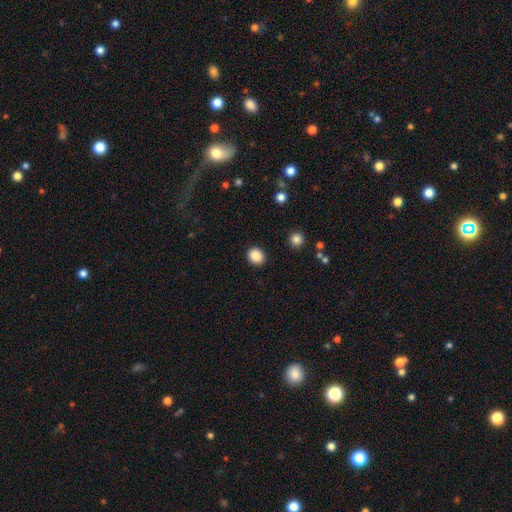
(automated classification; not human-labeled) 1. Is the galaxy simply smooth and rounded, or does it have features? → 87% smooth, 9% star or artifact, 3% featured or disk.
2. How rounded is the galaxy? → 74% round, 26% in between, 1% cigar-shaped.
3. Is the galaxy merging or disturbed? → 91% none, 6% minor disturbance, 2% major disturbance, 1% merger.